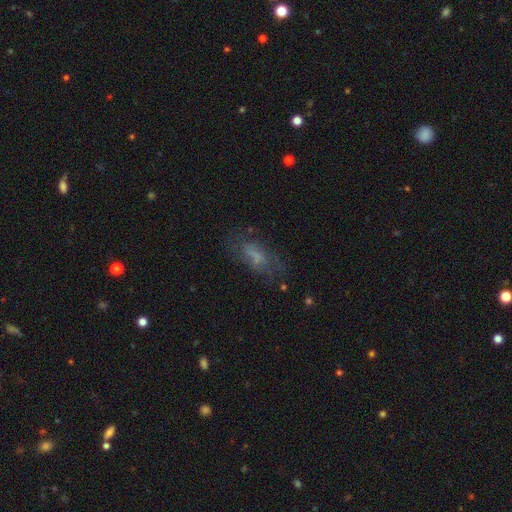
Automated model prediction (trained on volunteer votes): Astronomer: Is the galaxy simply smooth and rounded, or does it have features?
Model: smooth — 50% (runner-up: featured or disk, 36%).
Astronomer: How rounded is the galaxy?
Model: in between — 73%.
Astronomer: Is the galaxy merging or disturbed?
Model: none — 58%.